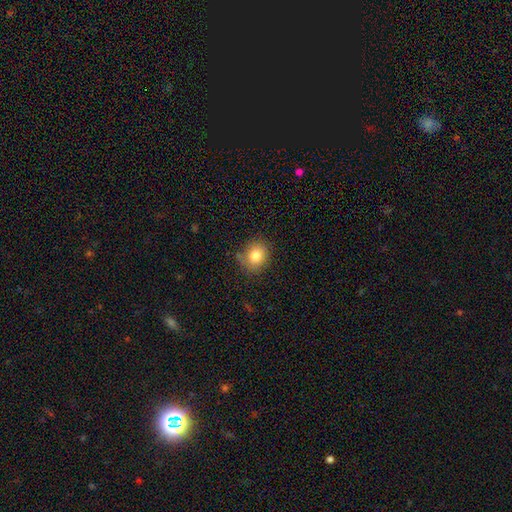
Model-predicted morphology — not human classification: type=smooth (81%); roundness=round (71%); merging=none (75%).